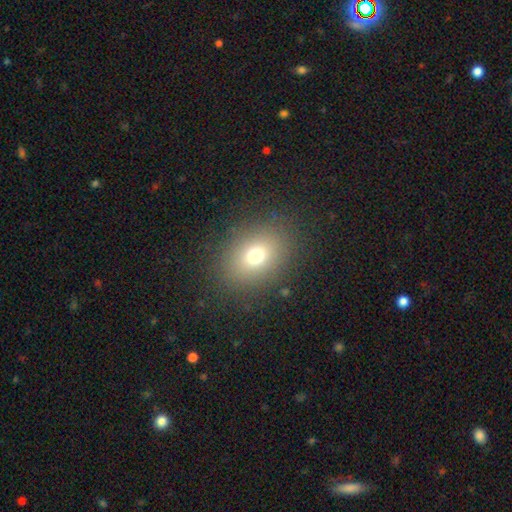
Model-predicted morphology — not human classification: A smooth galaxy with no disk features (71%) that is in between round and cigar-shaped (51%). Merging: none (85%).